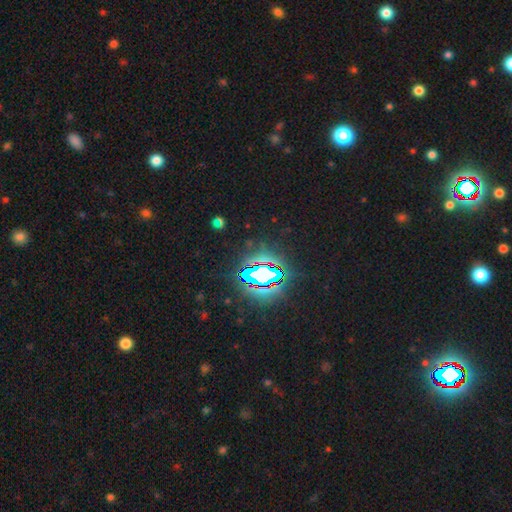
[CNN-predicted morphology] The model was most divided on "smooth or featured": star or artifact: 85%, smooth: 9%, featured or disk: 6%.